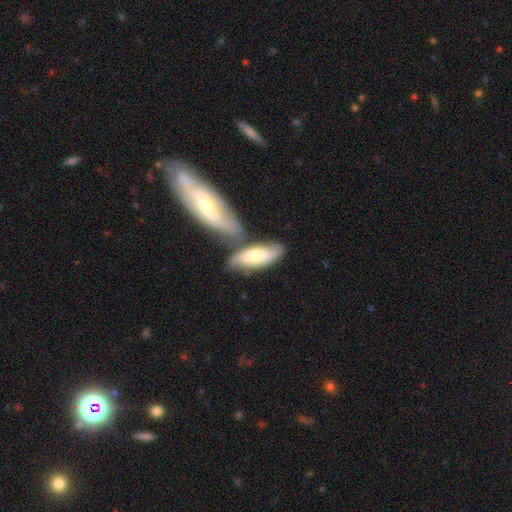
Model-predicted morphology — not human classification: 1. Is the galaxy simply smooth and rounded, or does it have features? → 64% smooth, 31% featured or disk, 5% star or artifact.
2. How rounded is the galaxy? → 74% in between, 23% cigar-shaped, 2% round.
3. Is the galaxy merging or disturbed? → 42% none, 37% merger, 15% minor disturbance, 6% major disturbance.